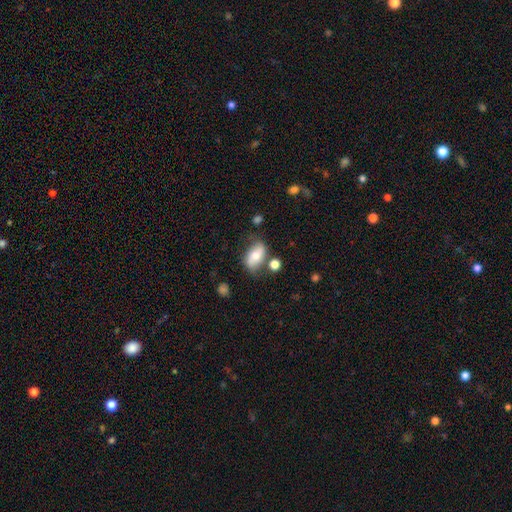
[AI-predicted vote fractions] smooth-or-featured: smooth: 58% | featured or disk: 34% | star or artifact: 8%
  how-rounded: in between: 87% | round: 9% | cigar-shaped: 4%
  merging: none: 63% | minor disturbance: 21% | merger: 9% | major disturbance: 7%